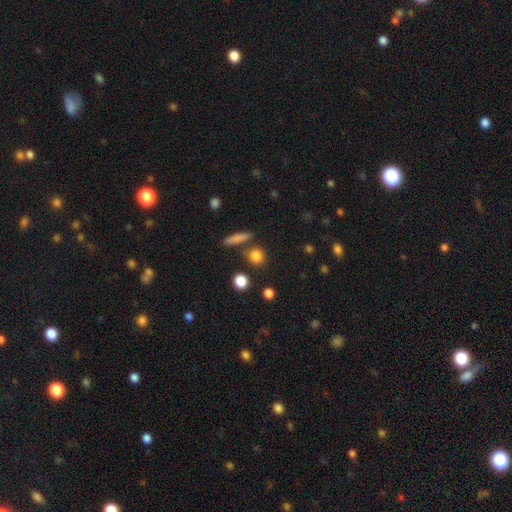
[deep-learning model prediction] smooth_or_featured: smooth (p=0.82) [alt: star or artifact p=0.11]
how_rounded: round (p=0.81) [alt: in between p=0.13]
merging: none (p=0.78) [alt: merger p=0.11]